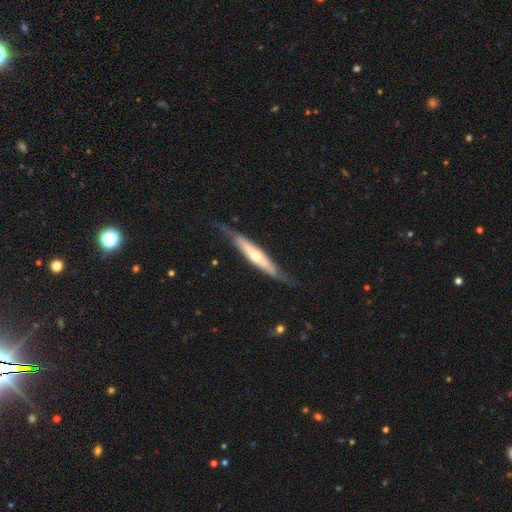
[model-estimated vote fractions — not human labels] This is likely a featured or disk galaxy (62%). It is clearly viewed edge-on (82%). Edge-on bulge: likely rounded (72%). Merging: likely none (68%).